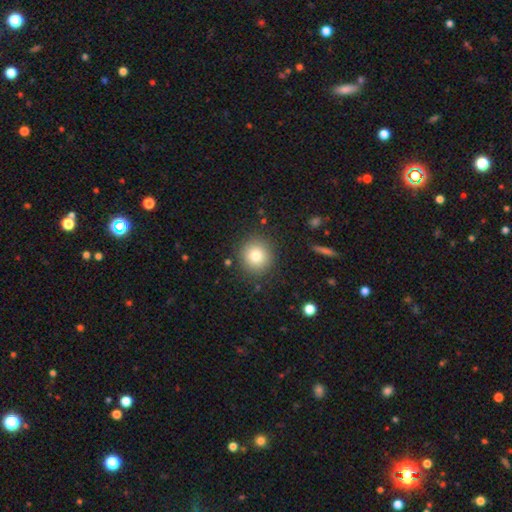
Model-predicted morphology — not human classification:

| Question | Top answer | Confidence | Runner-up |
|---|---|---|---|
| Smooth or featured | smooth | 80% | star or artifact (11%) |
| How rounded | round | 91% | in between (8%) |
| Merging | none | 88% | minor disturbance (7%) |